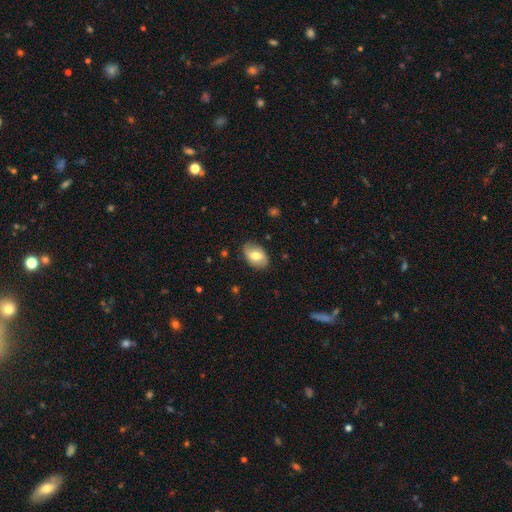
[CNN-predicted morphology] A smooth galaxy with no disk features (59%) that is in between round and cigar-shaped (87%).

Vote fractions:
- Smooth or featured? smooth: 59% / featured or disk: 34% / star or artifact: 7%
- How rounded? in between: 87% / round: 12% / cigar-shaped: 2%
- Merging? none: 83% / minor disturbance: 13% / major disturbance: 3% / merger: 1%